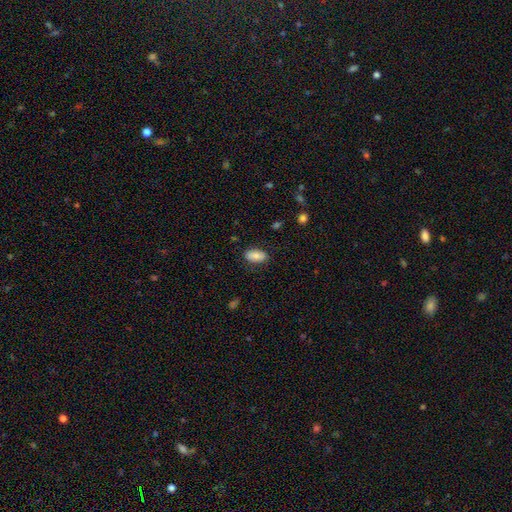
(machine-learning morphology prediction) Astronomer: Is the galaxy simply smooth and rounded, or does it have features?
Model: smooth — 80%.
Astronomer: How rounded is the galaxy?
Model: in between — 93%.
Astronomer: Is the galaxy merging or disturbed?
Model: none — 81%.